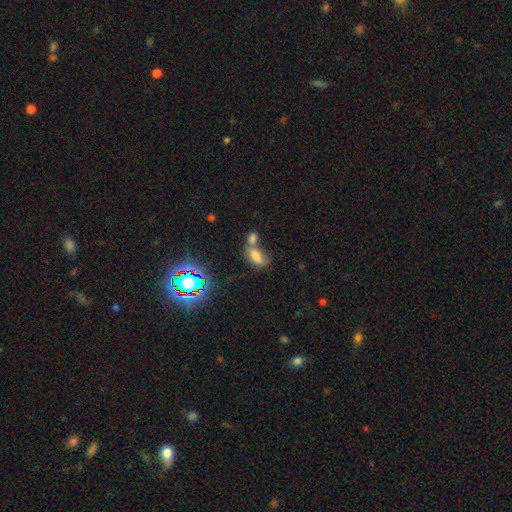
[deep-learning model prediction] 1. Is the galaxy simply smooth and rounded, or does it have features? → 64% smooth, 19% star or artifact, 18% featured or disk.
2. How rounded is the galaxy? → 87% in between, 8% round, 5% cigar-shaped.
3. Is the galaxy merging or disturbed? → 56% merger, 26% none, 11% minor disturbance, 7% major disturbance.